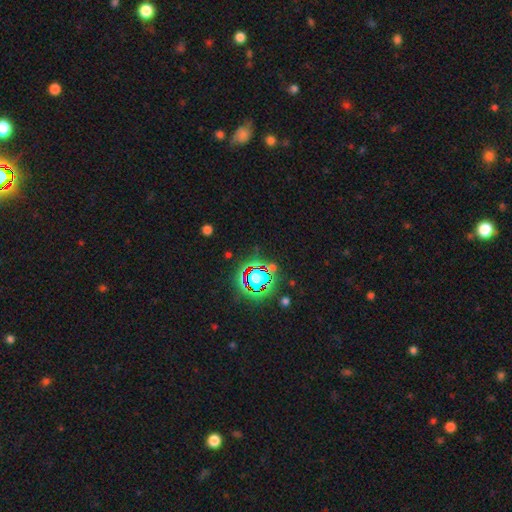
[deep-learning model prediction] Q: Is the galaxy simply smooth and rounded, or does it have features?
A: star or artifact — 77%.